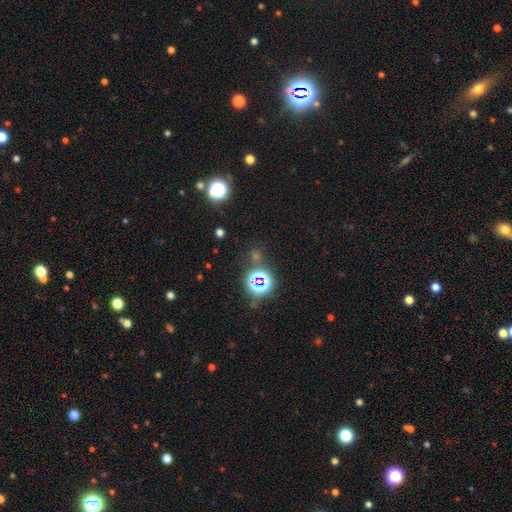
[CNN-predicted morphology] smooth_or_featured: star or artifact (p=0.69) [alt: smooth p=0.23]